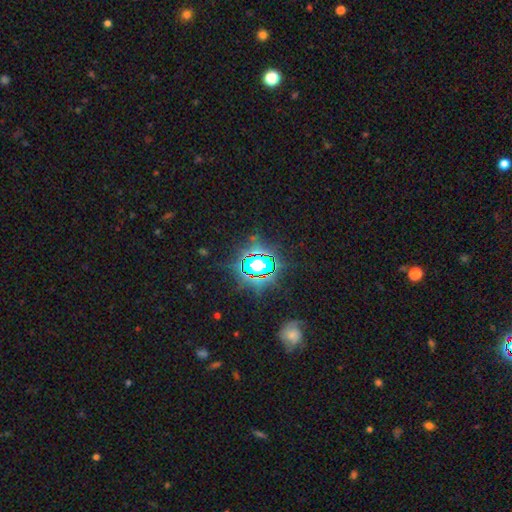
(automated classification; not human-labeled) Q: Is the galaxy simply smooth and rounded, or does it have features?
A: star or artifact — 81%.